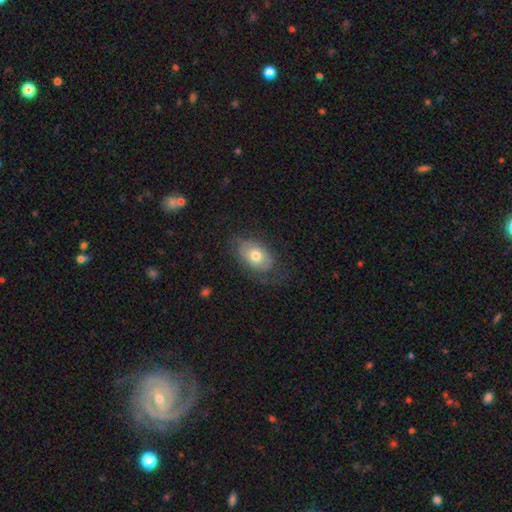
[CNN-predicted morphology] This is likely a smooth galaxy (62%). How rounded: clearly in between (84%). Merging: likely none (67%).